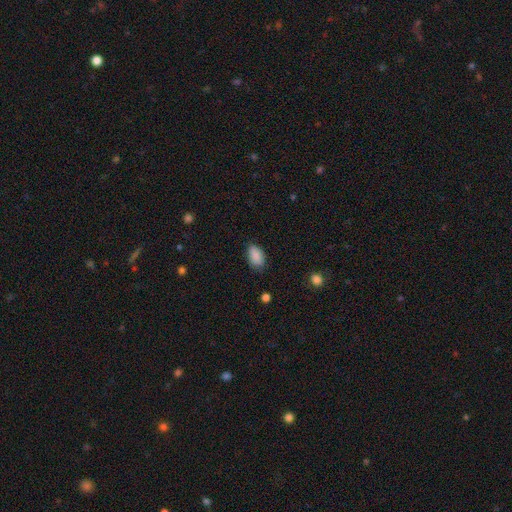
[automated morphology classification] Overall: smooth (88%). How rounded: in between (92%). Merging: none (75%).